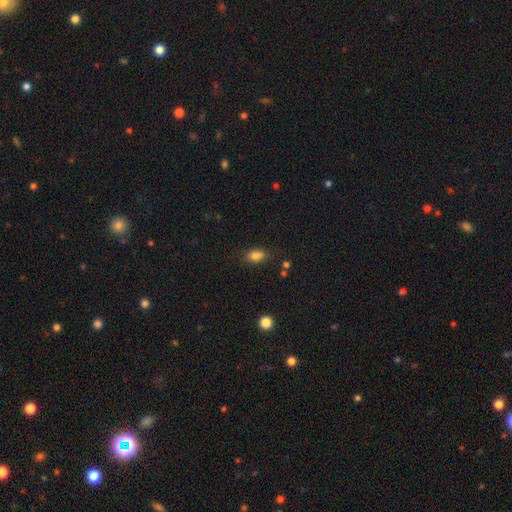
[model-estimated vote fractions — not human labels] Overall: smooth (81%). How rounded: in between (74%). Merging: none (74%).